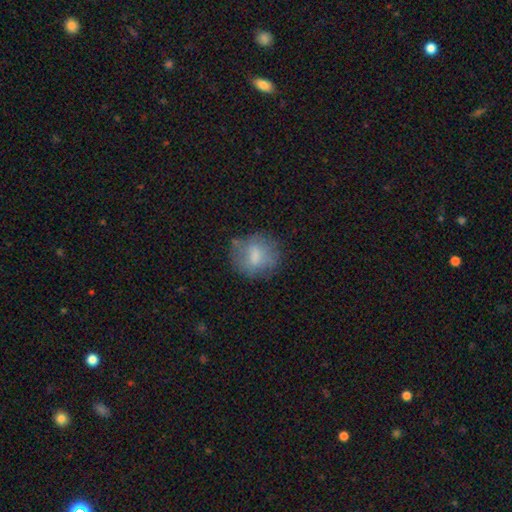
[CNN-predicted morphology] Overall: smooth (67%). How rounded: round (76%). Merging: none (66%).